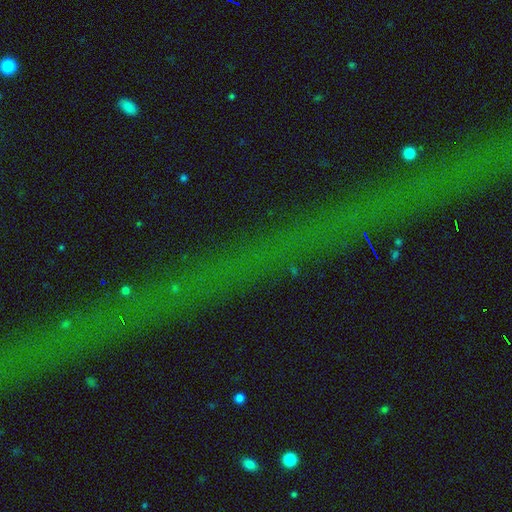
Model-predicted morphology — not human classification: This appears to be a star or artifact, not a galaxy (70%).